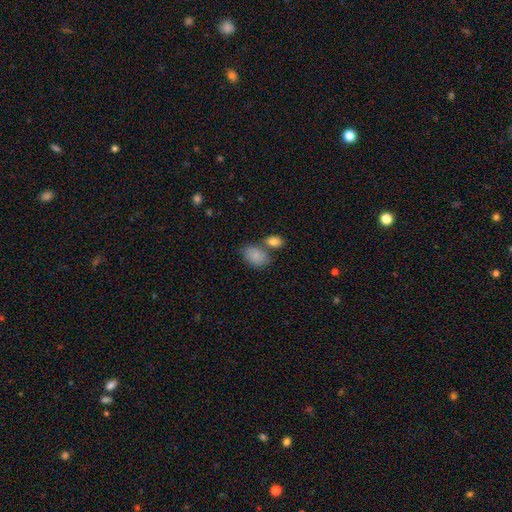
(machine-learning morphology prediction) smooth_or_featured: smooth (p=0.85) [alt: featured or disk p=0.08]
how_rounded: in between (p=0.85) [alt: round p=0.13]
merging: none (p=0.52) [alt: merger p=0.28]